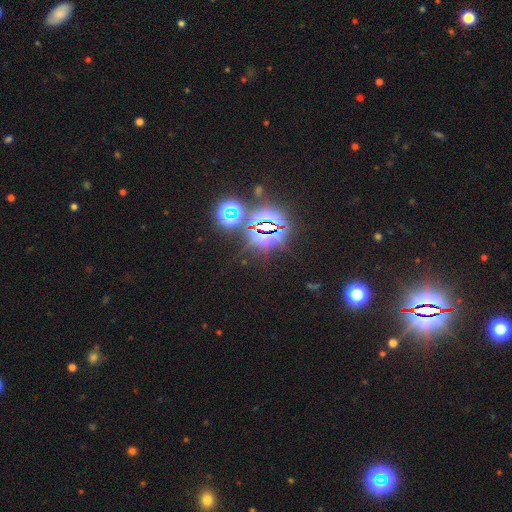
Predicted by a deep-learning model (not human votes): This appears to be a star or artifact, not a galaxy (82%).